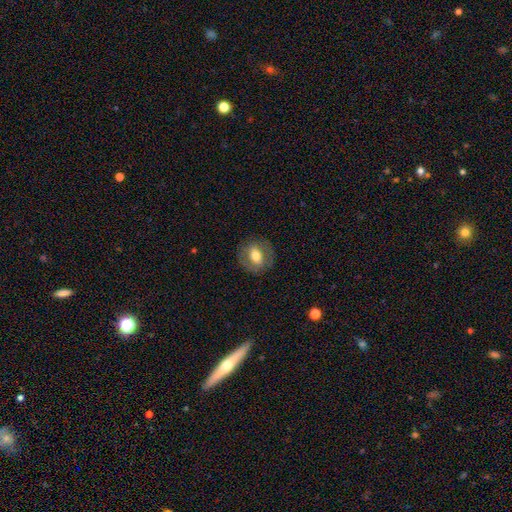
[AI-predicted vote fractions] Q: Smooth or featured?
A: smooth (58%); runner-up: featured or disk (34%)
Q: How rounded?
A: round (61%); runner-up: in between (38%)
Q: Merging?
A: none (83%); runner-up: minor disturbance (11%)